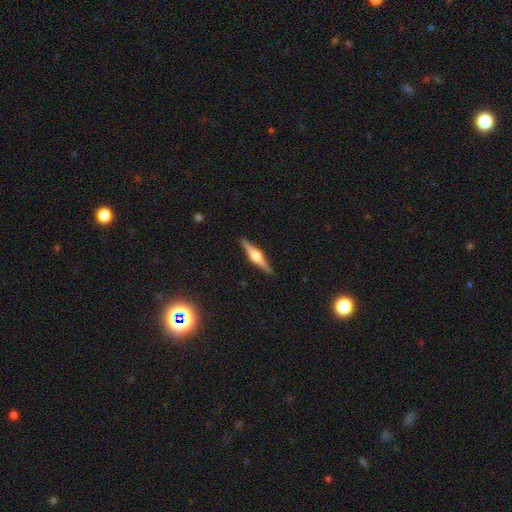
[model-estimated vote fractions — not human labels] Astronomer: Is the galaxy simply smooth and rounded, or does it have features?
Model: featured or disk — 81%.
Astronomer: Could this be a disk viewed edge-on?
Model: yes — 98%.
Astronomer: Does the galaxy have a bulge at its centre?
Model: rounded — 93%.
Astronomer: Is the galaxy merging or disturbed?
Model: none — 92%.